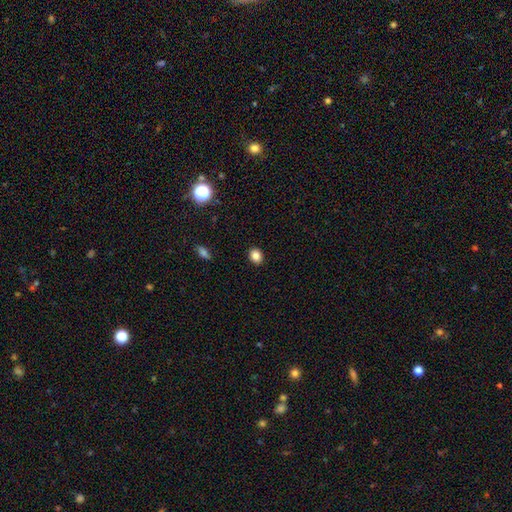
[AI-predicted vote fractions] Overall: smooth (85%). How rounded: in between (50%; round 49%). Merging: none (90%).